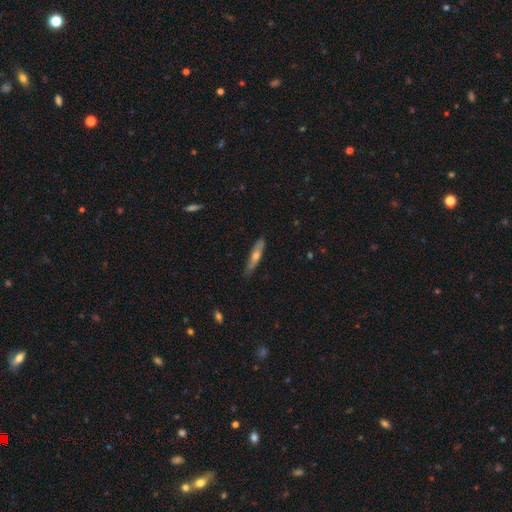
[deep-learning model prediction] Overall: featured or disk (48%; smooth 45%). Merging: none (83%).